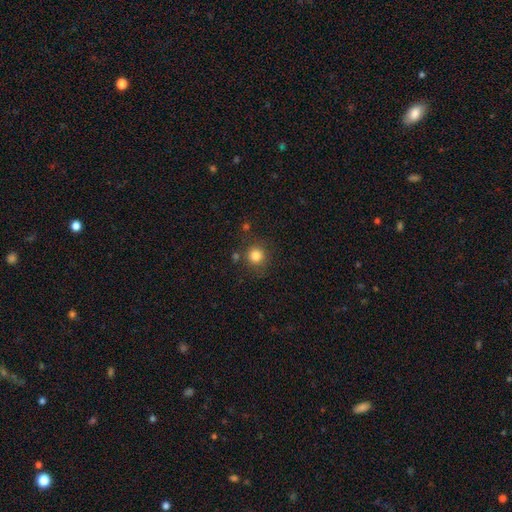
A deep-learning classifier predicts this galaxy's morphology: Smooth or featured?
  - smooth: 83% *
  - star or artifact: 12%
  - featured or disk: 5%
How rounded?
  - round: 92% *
  - in between: 7%
  - cigar-shaped: 1%
Merging?
  - none: 82% *
  - minor disturbance: 10%
  - merger: 5%
  - major disturbance: 4%